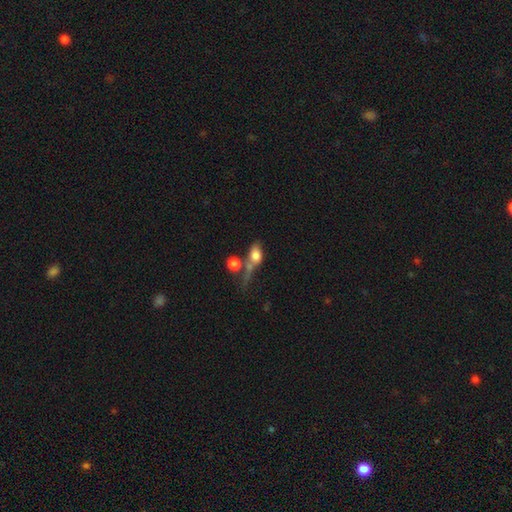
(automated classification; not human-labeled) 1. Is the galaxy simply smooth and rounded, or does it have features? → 71% smooth, 19% featured or disk, 10% star or artifact.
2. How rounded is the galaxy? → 72% in between, 21% round, 7% cigar-shaped.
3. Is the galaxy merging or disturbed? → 44% merger, 26% none, 18% major disturbance, 13% minor disturbance.